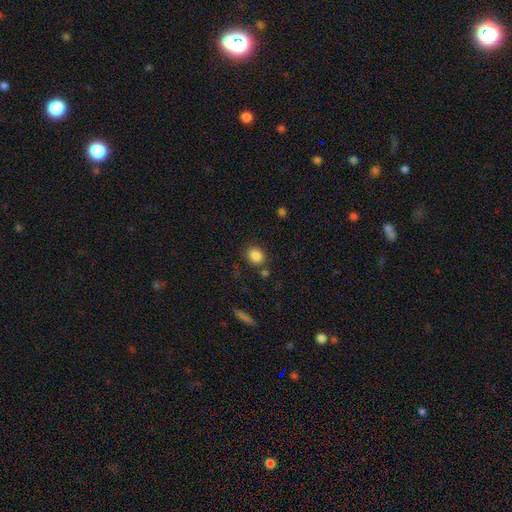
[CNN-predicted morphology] Q: Smooth or featured?
A: smooth (86%); runner-up: star or artifact (10%)
Q: How rounded?
A: round (67%); runner-up: in between (32%)
Q: Merging?
A: none (80%); runner-up: minor disturbance (11%)